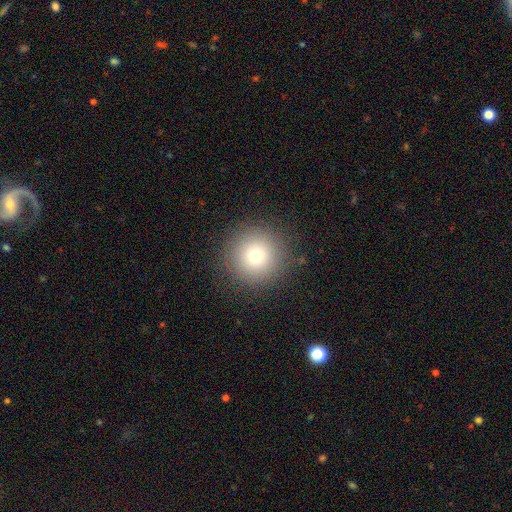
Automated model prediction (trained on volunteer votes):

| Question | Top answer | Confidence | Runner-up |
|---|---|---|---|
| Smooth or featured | smooth | 73% | star or artifact (16%) |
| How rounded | round | 96% | in between (3%) |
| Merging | none | 90% | minor disturbance (6%) |